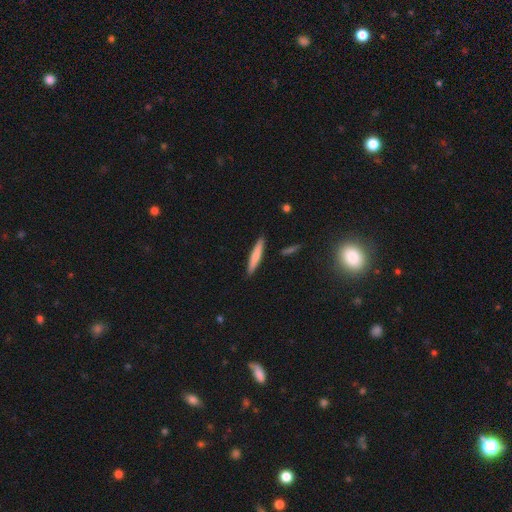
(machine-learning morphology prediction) Smooth or featured? Predicted: smooth (p=0.73). How rounded? Predicted: cigar-shaped (p=0.93). Merging? Predicted: none (p=0.89).